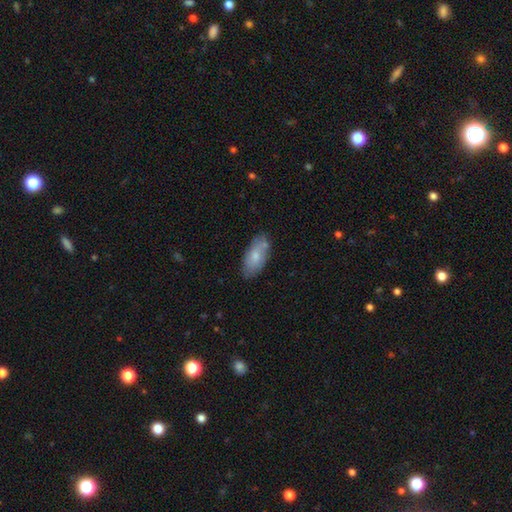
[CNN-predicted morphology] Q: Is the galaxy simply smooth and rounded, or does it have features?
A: smooth — 70%.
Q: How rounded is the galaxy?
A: in between — 90%.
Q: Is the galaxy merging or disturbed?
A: none — 73%.